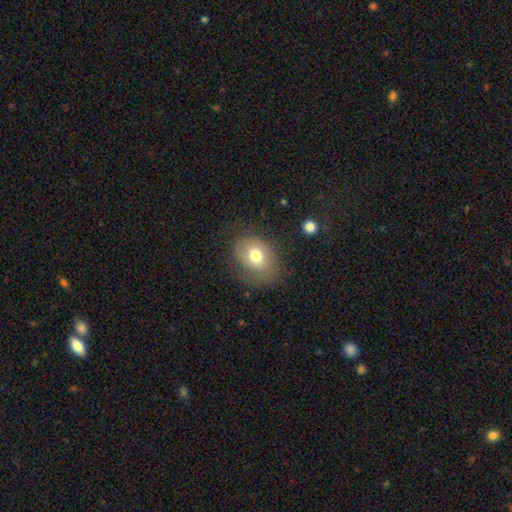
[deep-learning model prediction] Morphology: type=smooth (70%); roundness=in between (59%); merging=none (63%).